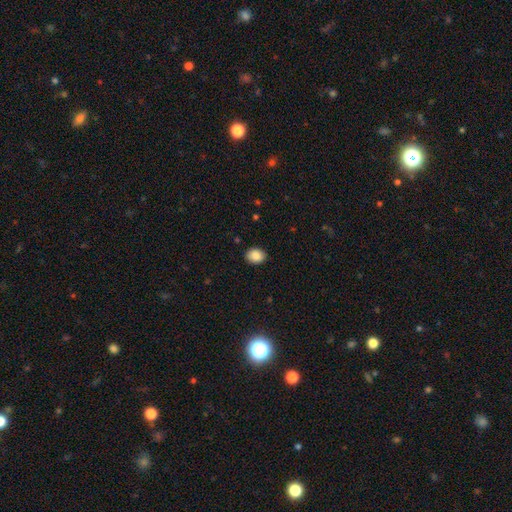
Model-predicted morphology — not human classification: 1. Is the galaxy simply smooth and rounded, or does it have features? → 87% smooth, 8% star or artifact, 4% featured or disk.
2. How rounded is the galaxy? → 55% in between, 44% round, 1% cigar-shaped.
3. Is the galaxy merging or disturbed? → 89% none, 8% minor disturbance, 2% major disturbance, 1% merger.